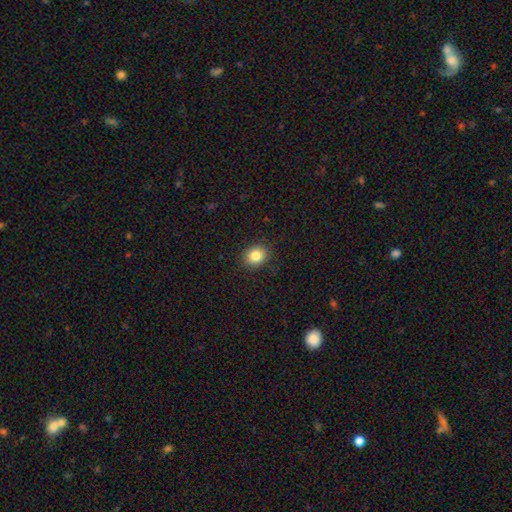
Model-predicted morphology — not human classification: A smooth galaxy with no disk features (83%) that is round (63%).

Vote fractions:
- Smooth or featured? smooth: 83% / star or artifact: 10% / featured or disk: 6%
- How rounded? round: 63% / in between: 37% / cigar-shaped: 1%
- Merging? none: 89% / minor disturbance: 8% / major disturbance: 2% / merger: 1%